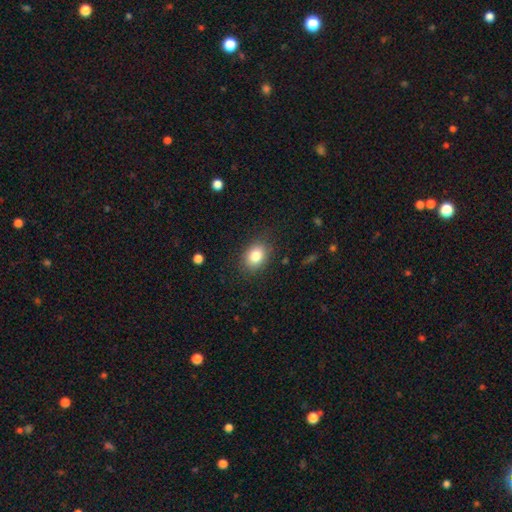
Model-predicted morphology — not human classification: Smooth or featured: smooth — 82% (star or artifact — 9%)
How rounded: in between — 64% (round — 35%)
Merging: none — 85% (minor disturbance — 11%)